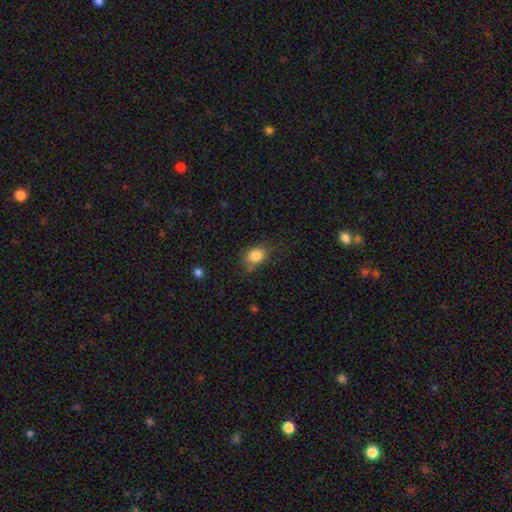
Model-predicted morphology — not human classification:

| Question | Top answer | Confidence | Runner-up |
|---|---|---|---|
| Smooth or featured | smooth | 84% | star or artifact (9%) |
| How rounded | in between | 64% | round (35%) |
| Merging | none | 69% | minor disturbance (22%) |